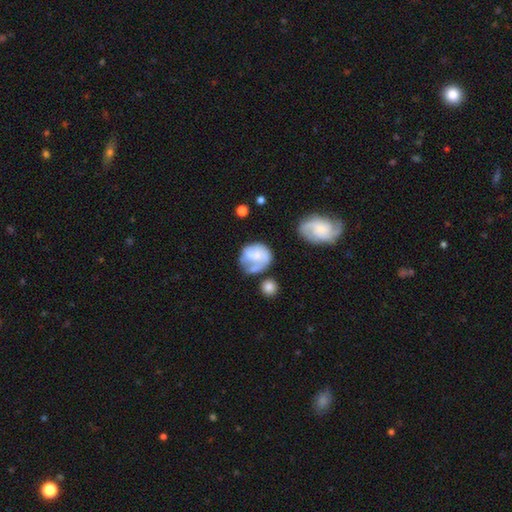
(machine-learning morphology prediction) type=featured or disk (49%); merging=none (39%).